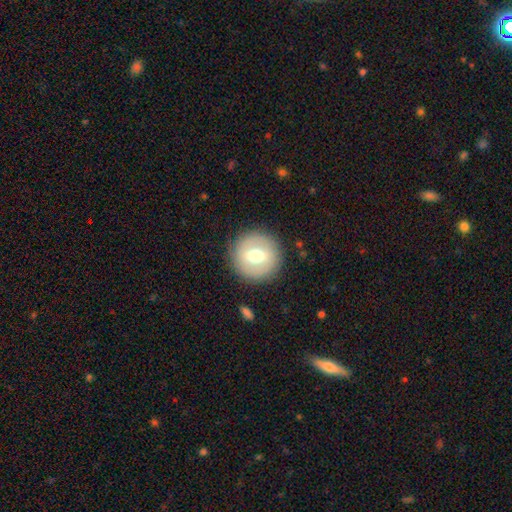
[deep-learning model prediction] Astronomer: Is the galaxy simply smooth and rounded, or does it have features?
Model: smooth — 54% (runner-up: featured or disk, 38%).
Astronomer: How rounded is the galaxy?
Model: round — 92%.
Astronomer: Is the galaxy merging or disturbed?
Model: none — 88%.